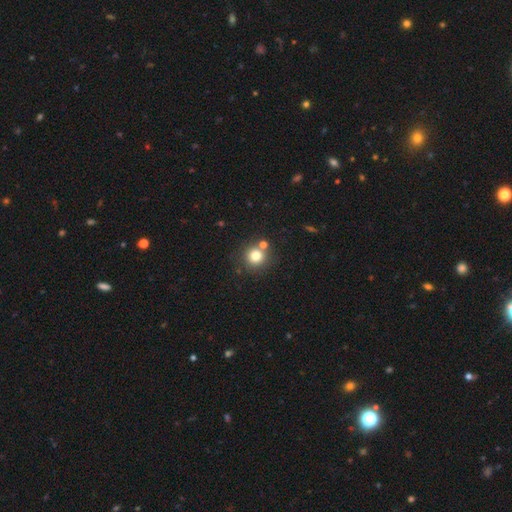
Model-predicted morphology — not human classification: A smooth galaxy with no disk features (78%) that is round (92%). Merging: none (74%).